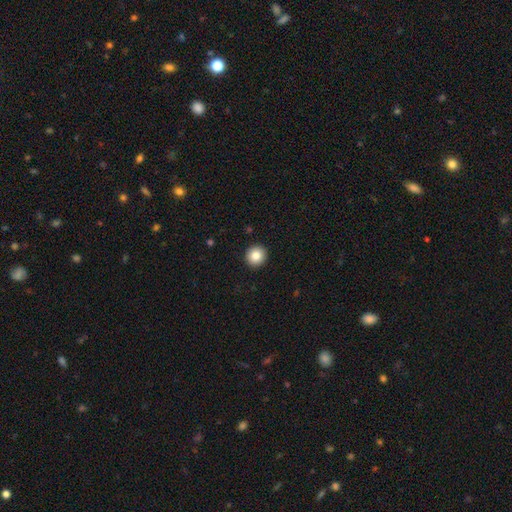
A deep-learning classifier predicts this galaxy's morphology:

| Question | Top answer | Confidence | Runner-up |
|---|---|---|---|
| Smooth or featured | smooth | 85% | star or artifact (9%) |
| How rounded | round | 94% | in between (5%) |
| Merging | none | 93% | minor disturbance (4%) |